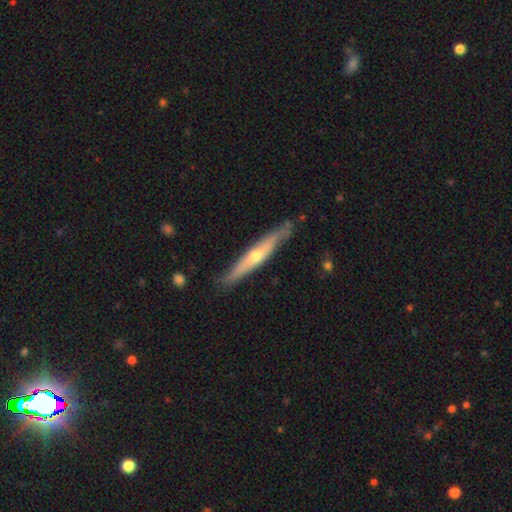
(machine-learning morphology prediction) A featured or disk galaxy (60%) viewed edge-on (88%) with a rounded central bulge (79%).

Vote fractions:
- Smooth or featured? featured or disk: 60% / smooth: 35% / star or artifact: 5%
- Edge-on disk? yes: 88% / no: 12%
- Edge-on bulge? rounded: 79% / none: 18% / boxy: 3%
- Merging? none: 78% / minor disturbance: 16% / major disturbance: 3% / merger: 2%